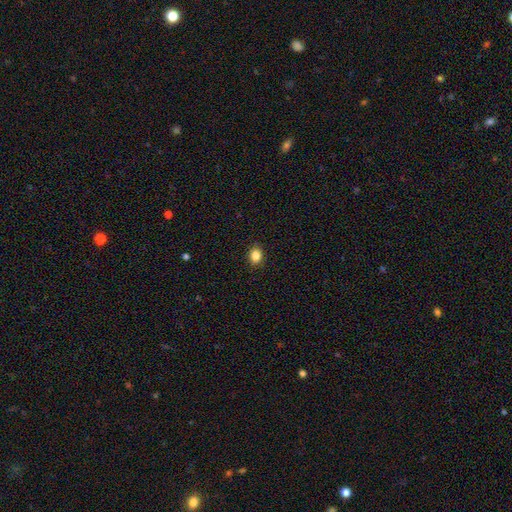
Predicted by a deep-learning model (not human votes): A smooth galaxy with no disk features (85%) that is round (52%).

Vote fractions:
- Smooth or featured? smooth: 85% / star or artifact: 11% / featured or disk: 5%
- How rounded? round: 52% / in between: 47% / cigar-shaped: 1%
- Merging? none: 90% / minor disturbance: 7% / major disturbance: 2% / merger: 1%